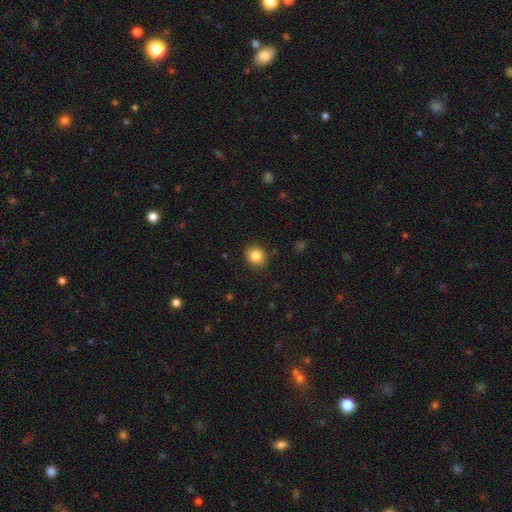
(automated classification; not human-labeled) A smooth galaxy with no disk features (85%) that is round (81%).

Vote fractions:
- Smooth or featured? smooth: 85% / star or artifact: 10% / featured or disk: 5%
- How rounded? round: 81% / in between: 18% / cigar-shaped: 1%
- Merging? none: 89% / minor disturbance: 7% / major disturbance: 2% / merger: 1%